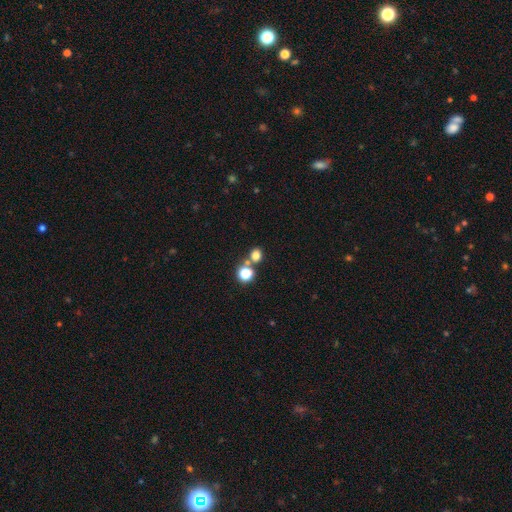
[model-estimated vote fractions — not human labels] A smooth galaxy with no disk features (75%) that is round (73%). Merging: none (60%).